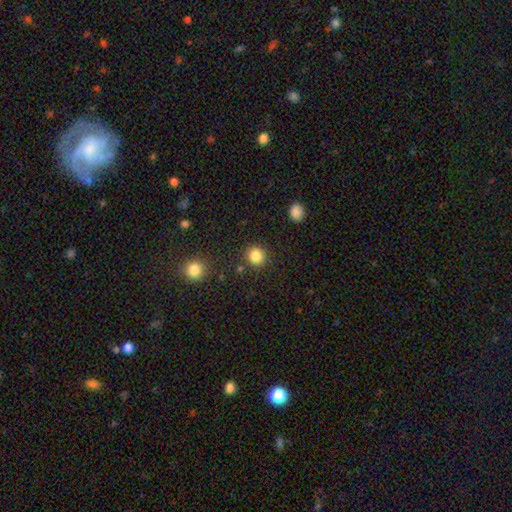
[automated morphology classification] This appears to be a smooth galaxy with no disk features (85%) that is round (92%). Merging: none (89%).